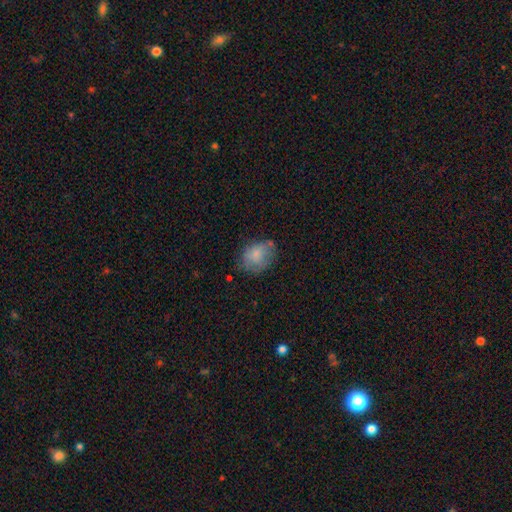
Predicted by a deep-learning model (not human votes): smooth 72%, featured or disk 19%, star or artifact 8%. Down the decision tree: how rounded — in between (61%); merging — none (54%).